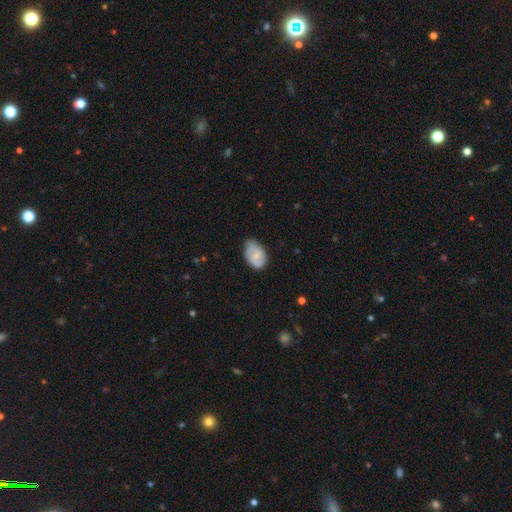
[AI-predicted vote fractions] smooth-or-featured: smooth: 53% | featured or disk: 40% | star or artifact: 7%
  how-rounded: in between: 89% | round: 10% | cigar-shaped: 1%
  merging: none: 70% | minor disturbance: 23% | major disturbance: 5% | merger: 1%